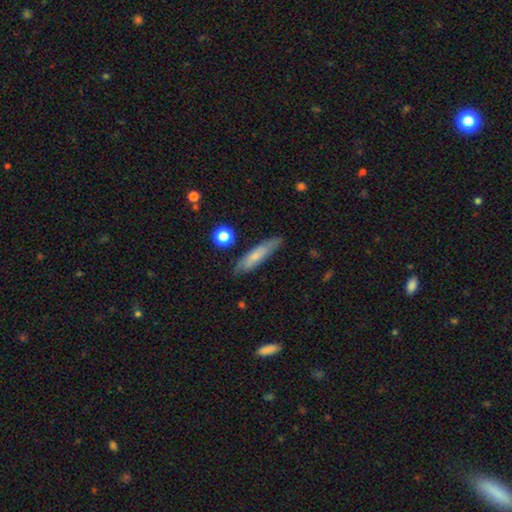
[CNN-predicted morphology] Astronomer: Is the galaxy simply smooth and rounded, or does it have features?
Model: smooth — 65%.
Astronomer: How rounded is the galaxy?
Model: cigar-shaped — 80%.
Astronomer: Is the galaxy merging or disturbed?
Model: none — 80%.